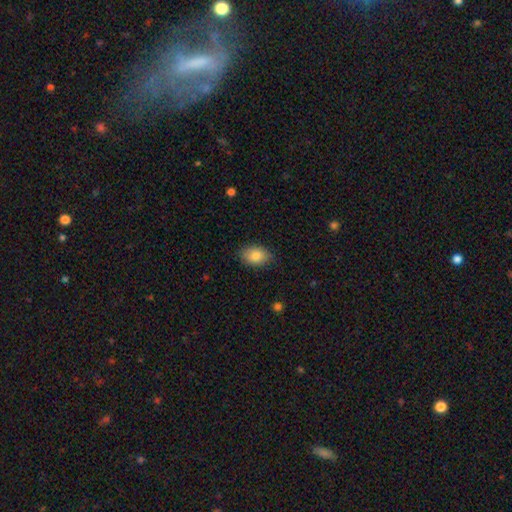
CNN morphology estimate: Smooth or featured? Predicted: smooth (p=0.82). How rounded? Predicted: in between (p=0.84). Merging? Predicted: none (p=0.83).